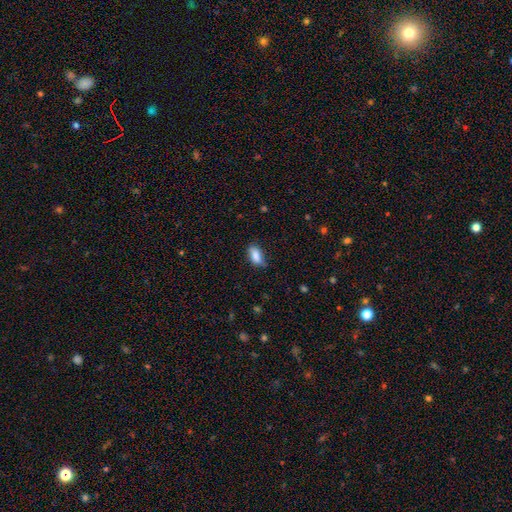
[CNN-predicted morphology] A smooth galaxy with no disk features (84%) that is in between round and cigar-shaped (88%). Merging: none (66%).